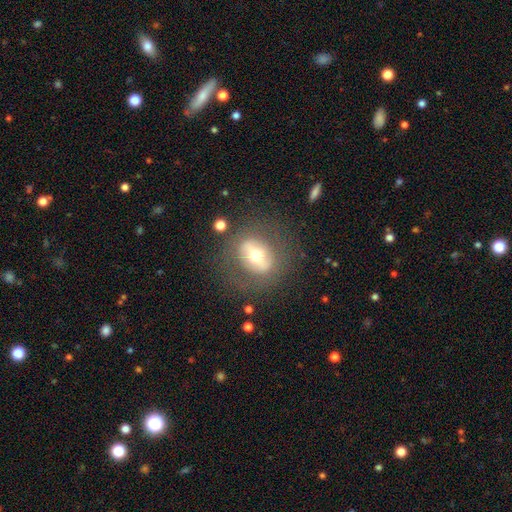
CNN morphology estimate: smooth_or_featured: featured or disk (p=0.56) [alt: smooth p=0.35]
disk_edge_on: no (p=0.84) [alt: yes p=0.16]
merging: none (p=0.75) [alt: minor disturbance p=0.13]